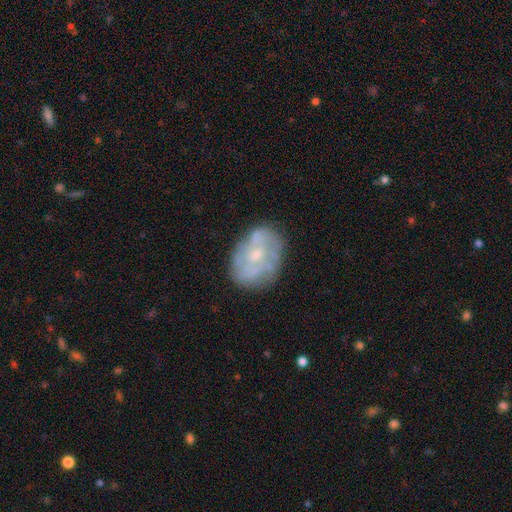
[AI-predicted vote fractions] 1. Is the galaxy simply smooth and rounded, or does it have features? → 62% featured or disk, 30% smooth, 8% star or artifact.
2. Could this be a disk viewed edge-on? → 96% no, 4% yes.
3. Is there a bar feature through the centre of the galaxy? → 73% no, 23% weak, 5% strong.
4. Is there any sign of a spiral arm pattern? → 53% yes, 47% no.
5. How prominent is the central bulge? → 66% small, 28% moderate, 4% none, 1% large, 1% dominant.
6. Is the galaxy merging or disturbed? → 71% none, 19% minor disturbance, 7% major disturbance, 2% merger.